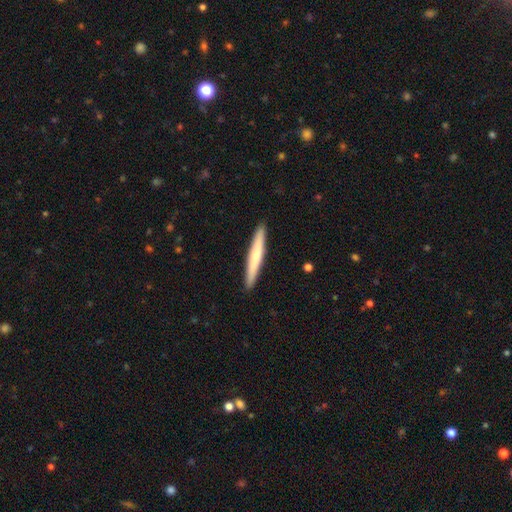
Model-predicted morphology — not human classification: smooth-or-featured: smooth: 57% | featured or disk: 38% | star or artifact: 5%
  how-rounded: cigar-shaped: 96% | in between: 3% | round: 1%
  merging: none: 92% | minor disturbance: 6% | major disturbance: 1% | merger: 1%